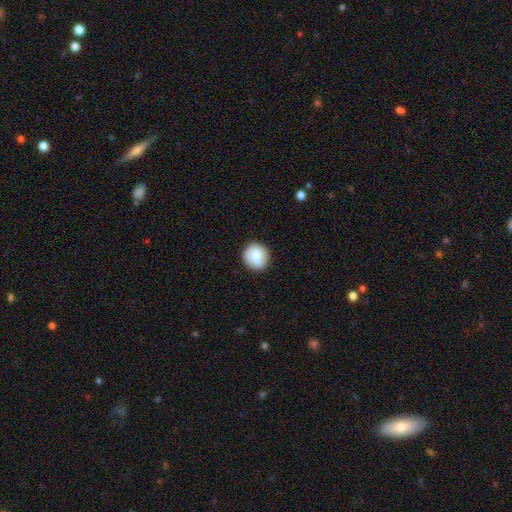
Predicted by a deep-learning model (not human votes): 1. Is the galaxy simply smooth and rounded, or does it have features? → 84% smooth, 9% featured or disk, 7% star or artifact.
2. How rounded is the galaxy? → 88% round, 11% in between, 1% cigar-shaped.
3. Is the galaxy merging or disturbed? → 85% none, 11% minor disturbance, 2% major disturbance, 1% merger.